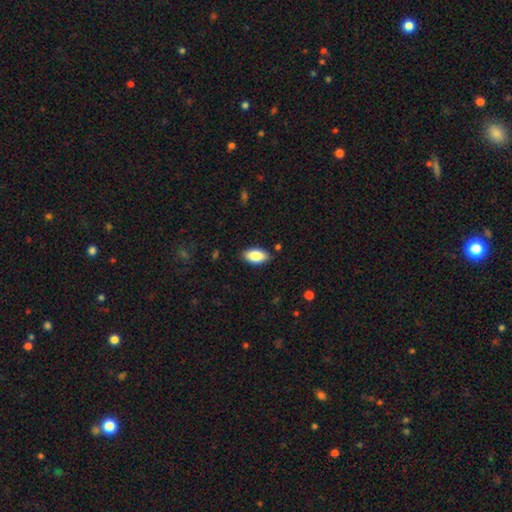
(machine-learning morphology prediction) This appears to be a smooth galaxy with no disk features (84%) that is in between round and cigar-shaped (92%). Merging: none (85%).